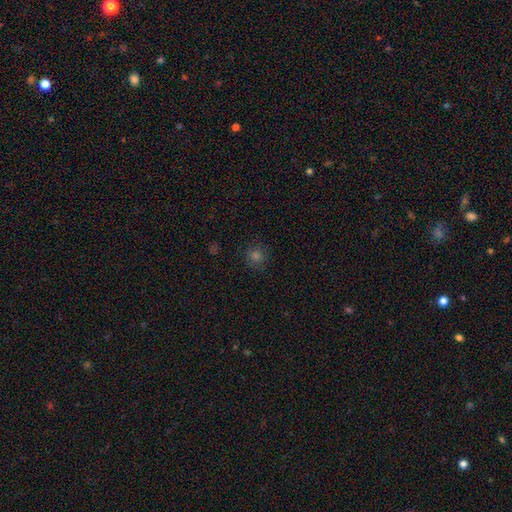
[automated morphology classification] The model was most divided on "smooth or featured": smooth: 65%, star or artifact: 25%, featured or disk: 9%. More confident: how rounded — round (91%); merging — none (87%).